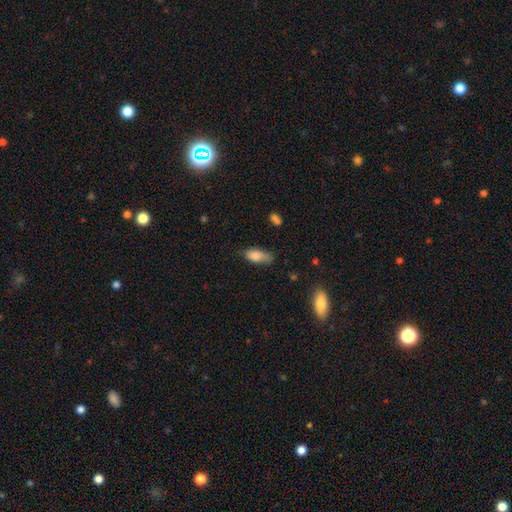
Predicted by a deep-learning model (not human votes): A smooth galaxy with no disk features (83%) that is in between round and cigar-shaped (83%).

Vote fractions:
- Smooth or featured? smooth: 83% / featured or disk: 9% / star or artifact: 8%
- How rounded? in between: 83% / cigar-shaped: 14% / round: 3%
- Merging? none: 56% / minor disturbance: 33% / major disturbance: 8% / merger: 3%